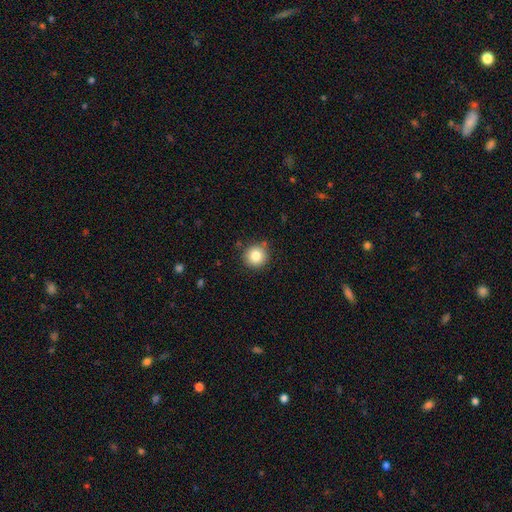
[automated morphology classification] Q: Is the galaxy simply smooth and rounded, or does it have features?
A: smooth — 82%.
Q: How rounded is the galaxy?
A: round — 94%.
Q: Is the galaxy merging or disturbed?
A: none — 86%.